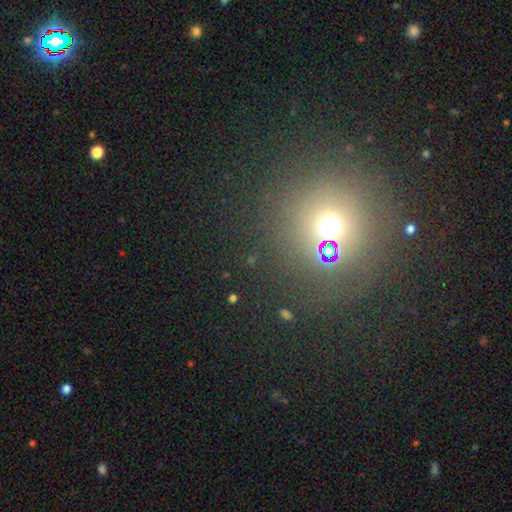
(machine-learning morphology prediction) This is possibly a smooth galaxy (50%). Merging: likely none (78%).